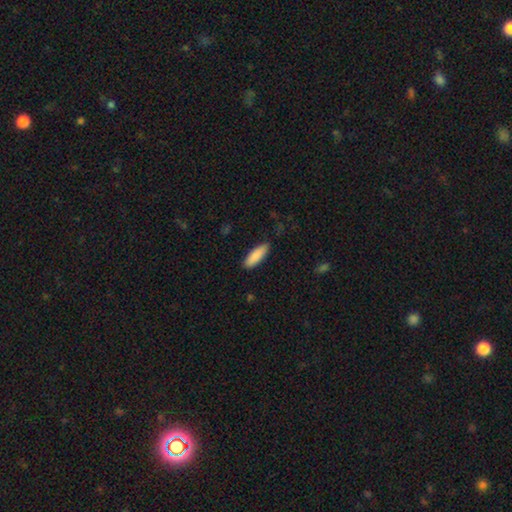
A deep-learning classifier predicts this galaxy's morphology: Overall: smooth (89%). How rounded: in between (60%; cigar-shaped 39%). Merging: none (85%).